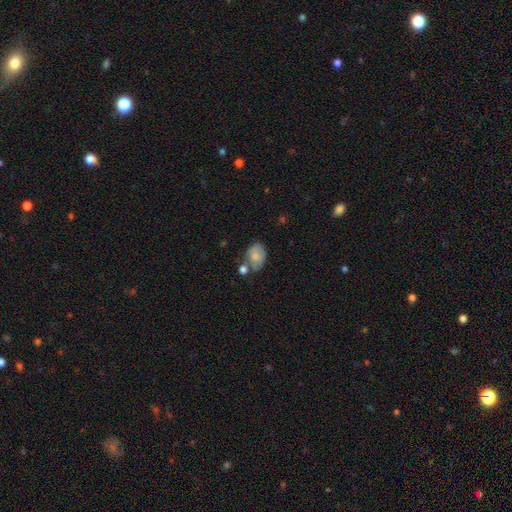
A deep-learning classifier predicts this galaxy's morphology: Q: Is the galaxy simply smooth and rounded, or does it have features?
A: smooth — 72%.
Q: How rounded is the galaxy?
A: in between — 79%.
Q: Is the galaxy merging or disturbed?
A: none — 46%.